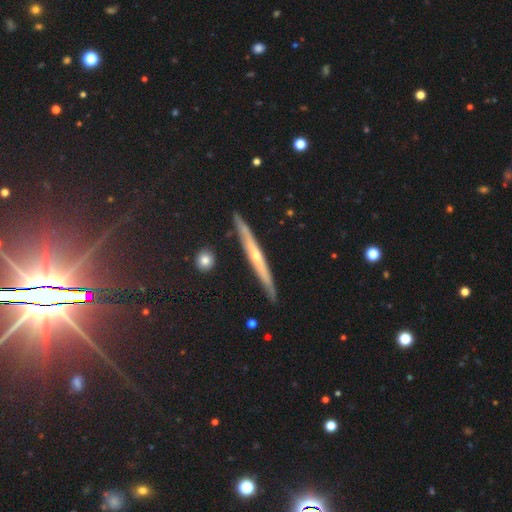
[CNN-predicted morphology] smooth_or_featured: featured or disk (p=0.71) [alt: smooth p=0.19]
disk_edge_on: yes (p=0.95) [alt: no p=0.05]
edge_on_bulge: rounded (p=0.60) [alt: none p=0.36]
merging: none (p=0.88) [alt: minor disturbance p=0.09]